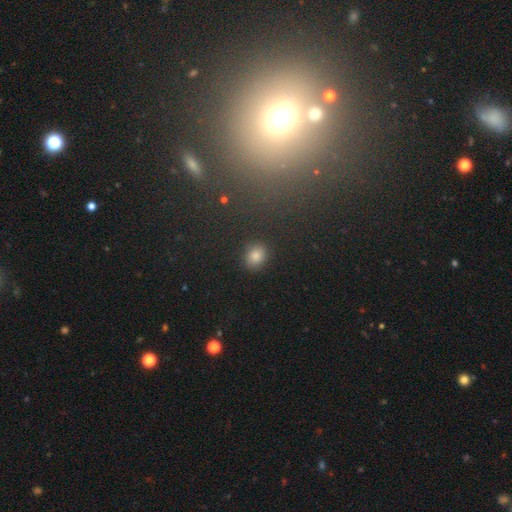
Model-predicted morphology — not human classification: Overall: smooth (82%). How rounded: round (60%; in between 39%). Merging: none (87%).